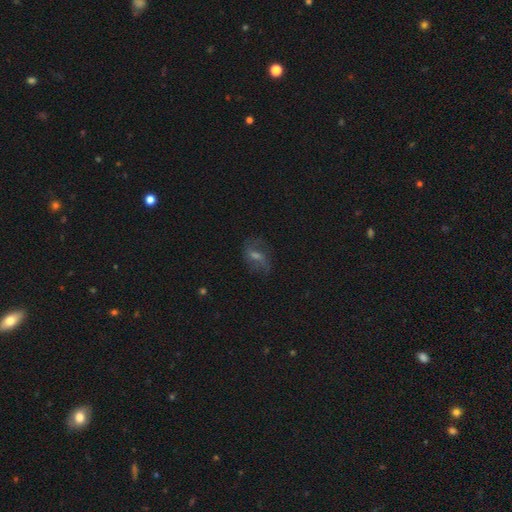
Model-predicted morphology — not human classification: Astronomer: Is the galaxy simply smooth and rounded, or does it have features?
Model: featured or disk — 50% (runner-up: smooth, 29%).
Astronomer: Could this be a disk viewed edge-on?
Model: no — 92%.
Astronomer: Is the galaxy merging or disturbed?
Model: none — 67%.